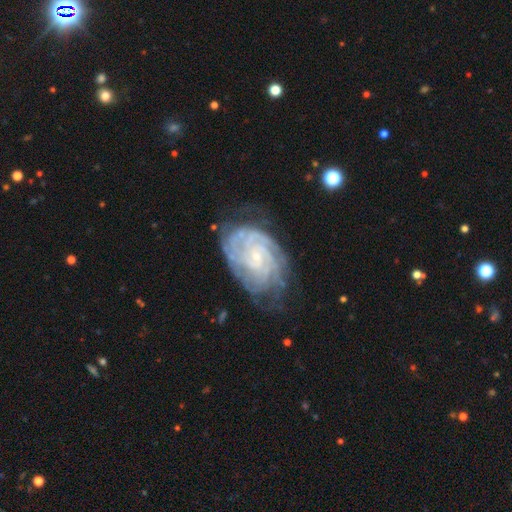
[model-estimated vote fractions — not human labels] Smooth or featured? Predicted: featured or disk (p=0.88). Edge-on disk? Predicted: no (p=0.97). Bar? Predicted: no (p=0.68). Spiral arms? Predicted: yes (p=0.97). Spiral winding? Predicted: tight (p=0.80). Spiral arm count? Predicted: can't tell (p=0.30). Bulge size? Predicted: small (p=0.81). Merging? Predicted: none (p=0.67).